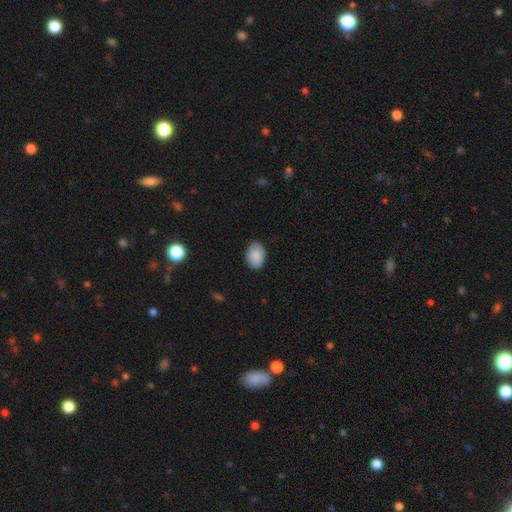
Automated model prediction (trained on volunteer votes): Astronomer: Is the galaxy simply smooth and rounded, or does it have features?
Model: smooth — 87%.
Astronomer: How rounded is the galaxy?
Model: in between — 82%.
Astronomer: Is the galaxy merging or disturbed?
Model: none — 85%.